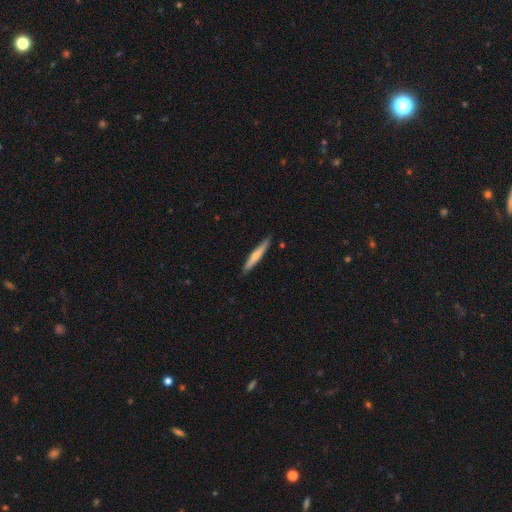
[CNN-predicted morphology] smooth_or_featured: smooth (p=0.61) [alt: featured or disk p=0.34]
how_rounded: cigar-shaped (p=0.94) [alt: in between p=0.05]
merging: none (p=0.87) [alt: minor disturbance p=0.10]